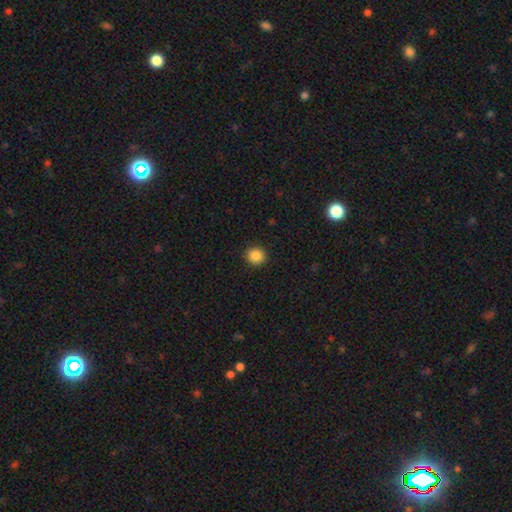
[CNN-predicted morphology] A smooth galaxy with no disk features (87%) that is round (88%).

Vote fractions:
- Smooth or featured? smooth: 87% / star or artifact: 10% / featured or disk: 3%
- How rounded? round: 88% / in between: 11% / cigar-shaped: 1%
- Merging? none: 91% / minor disturbance: 6% / major disturbance: 2% / merger: 1%